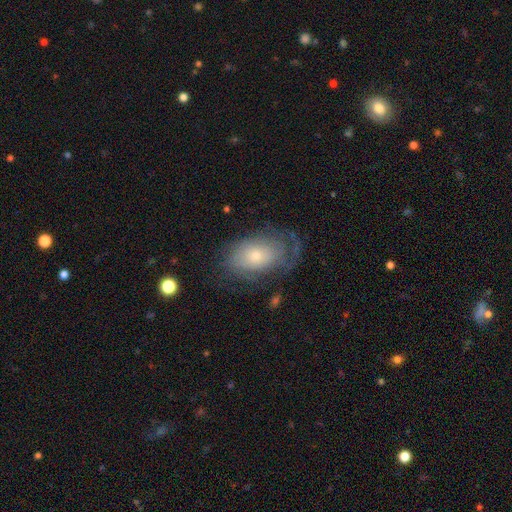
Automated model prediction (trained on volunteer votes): Smooth or featured? Predicted: featured or disk (p=0.48). Merging? Predicted: none (p=0.52).